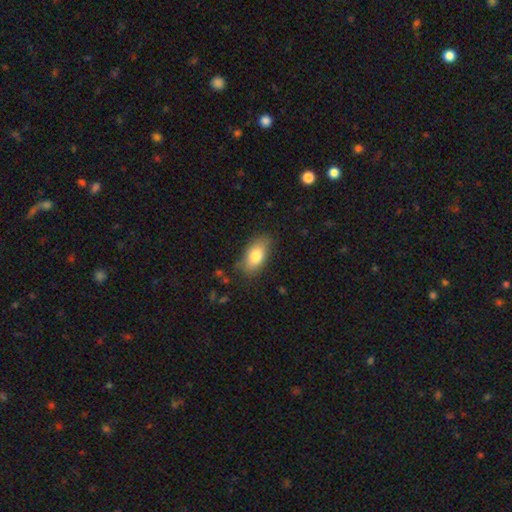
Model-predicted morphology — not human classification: Smooth or featured? smooth (79%)
How rounded? in between (90%)
Merging? none (79%)